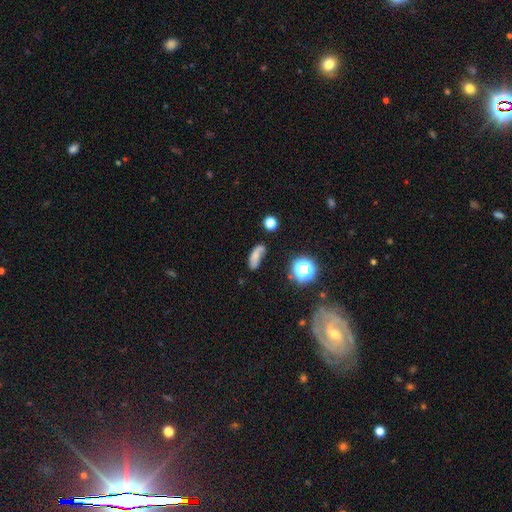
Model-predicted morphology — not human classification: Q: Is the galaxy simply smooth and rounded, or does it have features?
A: smooth — 58%.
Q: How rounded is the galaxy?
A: in between — 67%.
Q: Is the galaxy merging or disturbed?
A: none — 49%.